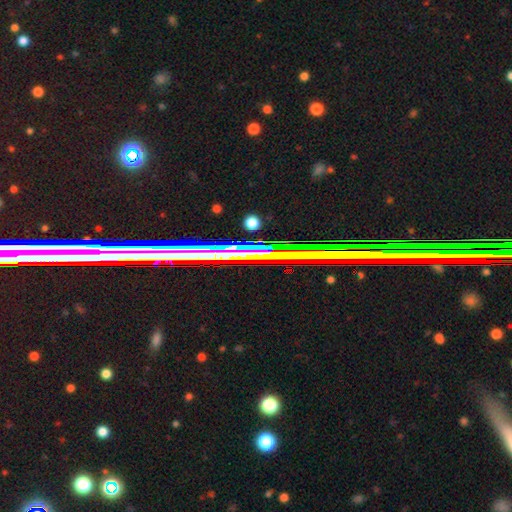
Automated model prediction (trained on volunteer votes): smooth_or_featured: star or artifact (p=0.58) [alt: featured or disk p=0.28]